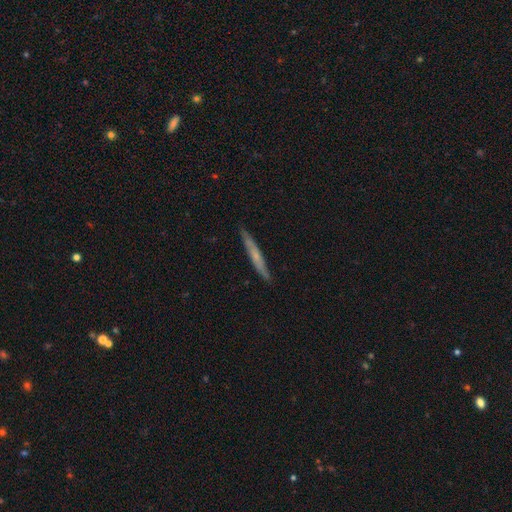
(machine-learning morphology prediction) The model was most divided on "smooth or featured": smooth: 49%, featured or disk: 45%, star or artifact: 6%. More confident: merging — none (88%).